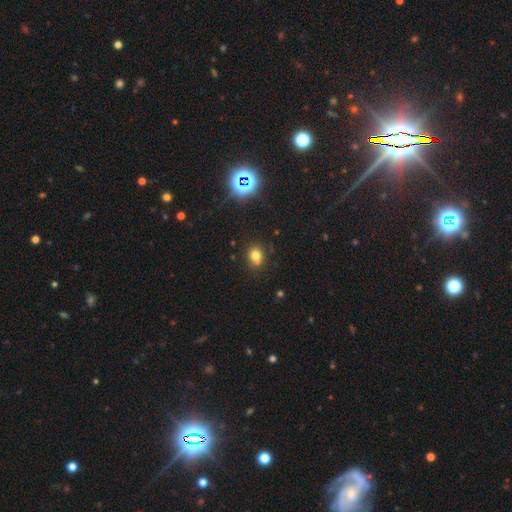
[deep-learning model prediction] Smooth or featured? smooth (70%)
How rounded? round (65%)
Merging? none (66%)